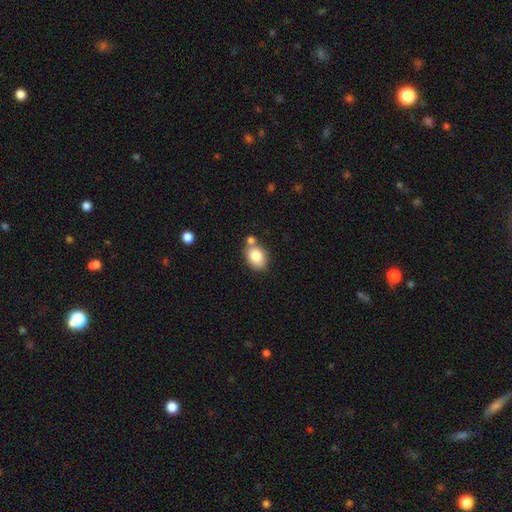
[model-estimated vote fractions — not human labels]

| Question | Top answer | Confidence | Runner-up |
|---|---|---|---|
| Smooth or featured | smooth | 82% | featured or disk (10%) |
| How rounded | in between | 72% | round (27%) |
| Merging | none | 63% | merger (20%) |